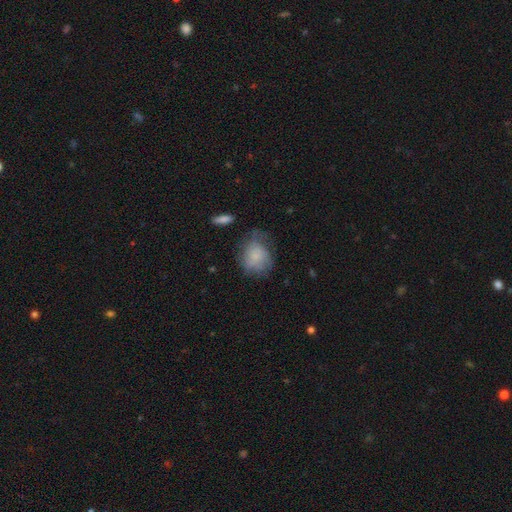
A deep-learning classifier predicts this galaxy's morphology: smooth_or_featured: smooth (p=0.72) [alt: featured or disk p=0.19]
how_rounded: round (p=0.62) [alt: in between p=0.37]
merging: none (p=0.48) [alt: minor disturbance p=0.32]